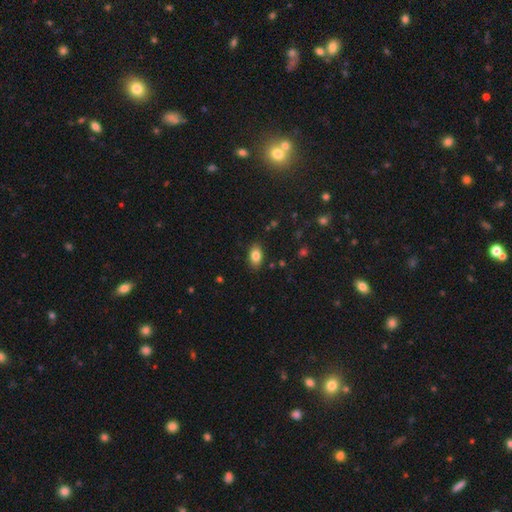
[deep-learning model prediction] smooth 83%, star or artifact 8%, featured or disk 8%. Down the decision tree: how rounded — in between (88%); merging — none (86%).